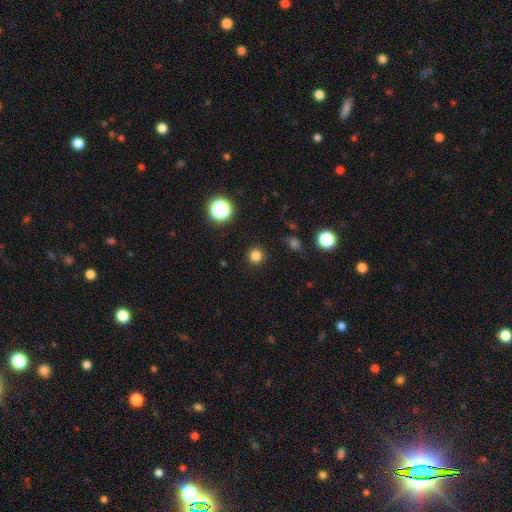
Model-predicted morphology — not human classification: Smooth or featured? Predicted: smooth (p=0.81). How rounded? Predicted: round (p=0.95). Merging? Predicted: none (p=0.91).